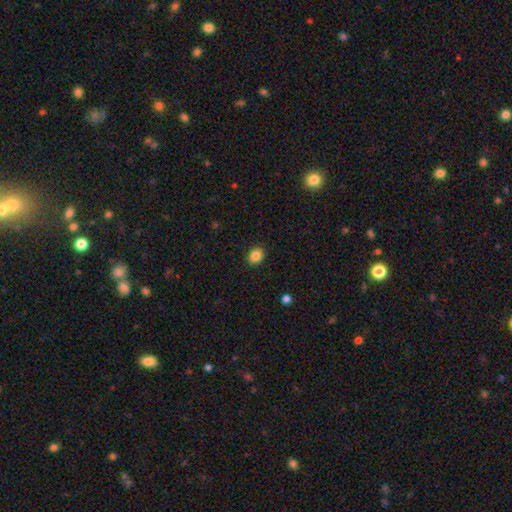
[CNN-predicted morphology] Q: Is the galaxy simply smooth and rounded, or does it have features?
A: smooth — 86%.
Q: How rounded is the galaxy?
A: round — 53%.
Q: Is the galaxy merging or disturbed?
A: none — 90%.